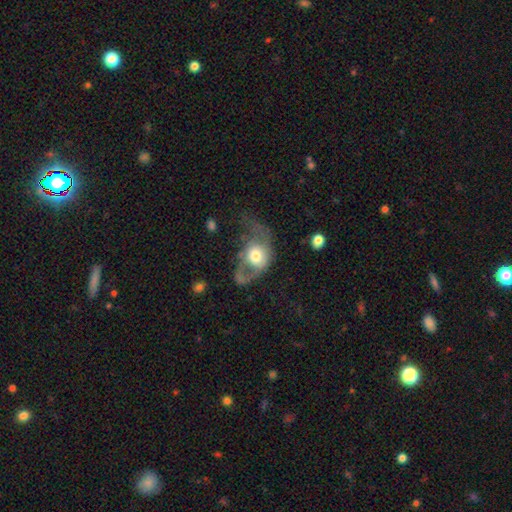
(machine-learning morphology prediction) Smooth or featured? smooth (48%)
Merging? major disturbance (56%)